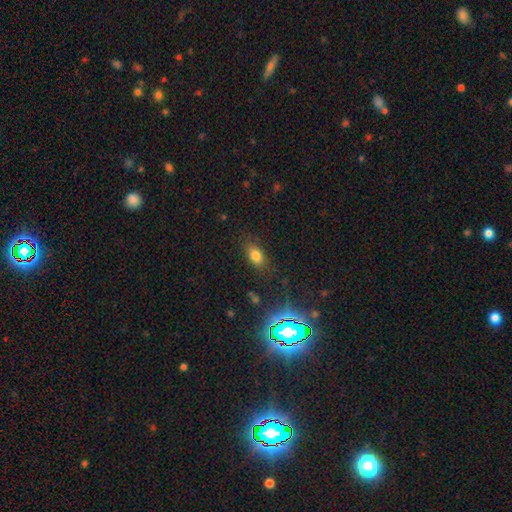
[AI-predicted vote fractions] smooth_or_featured: smooth (p=0.74) [alt: star or artifact p=0.16]
how_rounded: in between (p=0.81) [alt: round p=0.12]
merging: none (p=0.80) [alt: minor disturbance p=0.13]